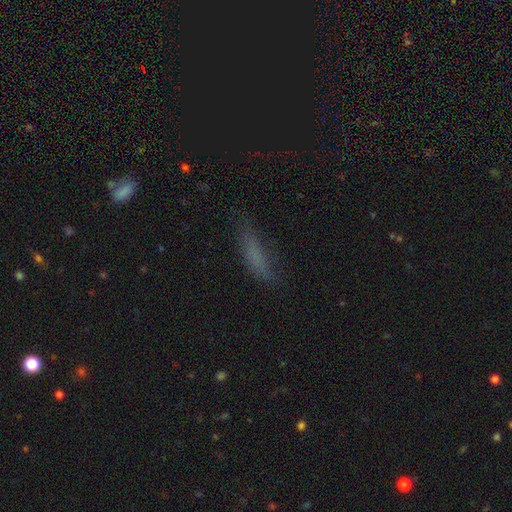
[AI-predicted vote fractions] A smooth galaxy with no disk features (66%) that is cigar-shaped (67%). Merging: none (62%).